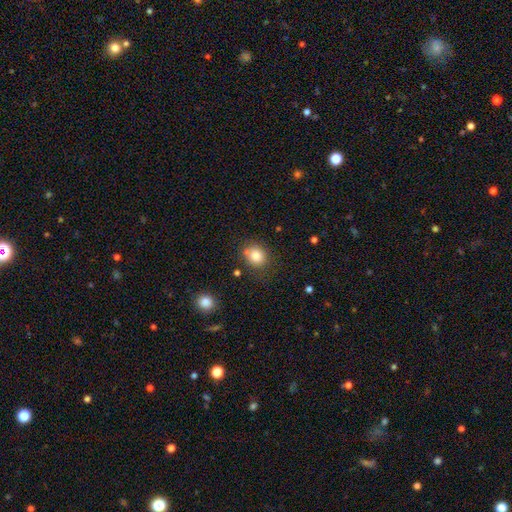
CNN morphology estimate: smooth 81%, star or artifact 11%, featured or disk 8%. Down the decision tree: how rounded — round (71%); merging — none (70%).